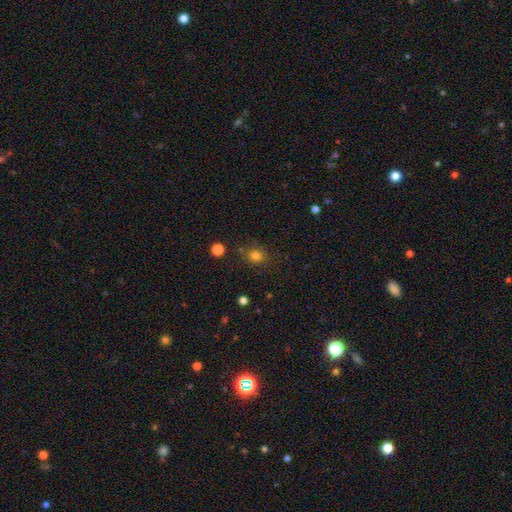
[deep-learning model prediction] smooth-or-featured: smooth: 80% | star or artifact: 15% | featured or disk: 6%
  how-rounded: round: 71% | in between: 28% | cigar-shaped: 1%
  merging: none: 79% | minor disturbance: 12% | merger: 5% | major disturbance: 4%